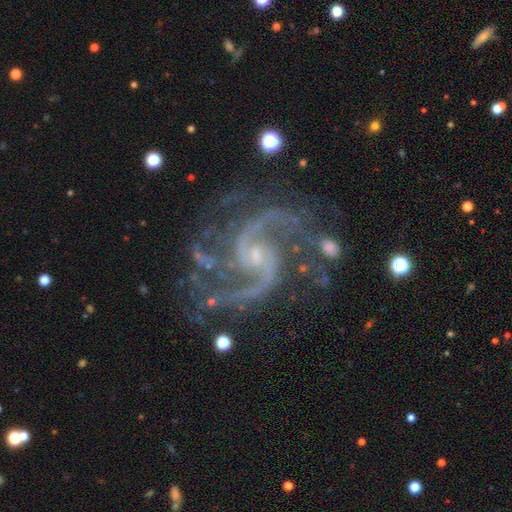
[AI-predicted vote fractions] featured or disk 93%, star or artifact 5%, smooth 2%. Down the decision tree: edge-on disk — no (98%); bar — no (54%); spiral arms — yes (99%); spiral arm count — 2 (73%); spiral winding — medium (65%); bulge size — small (78%); merging — none (64%).